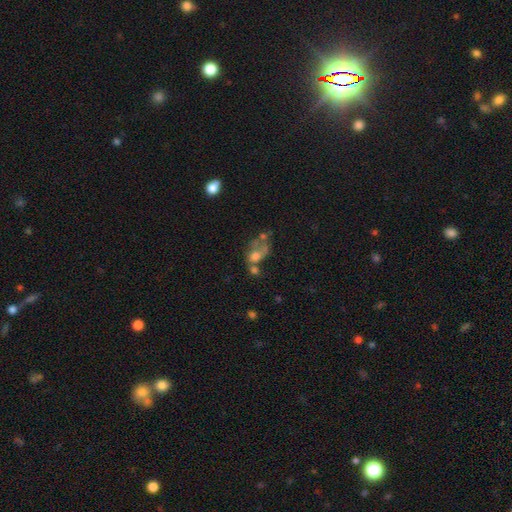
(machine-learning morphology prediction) Overall: smooth (52%; featured or disk 33%). How rounded: in between (69%). Merging: merger (44%; major disturbance 28%).